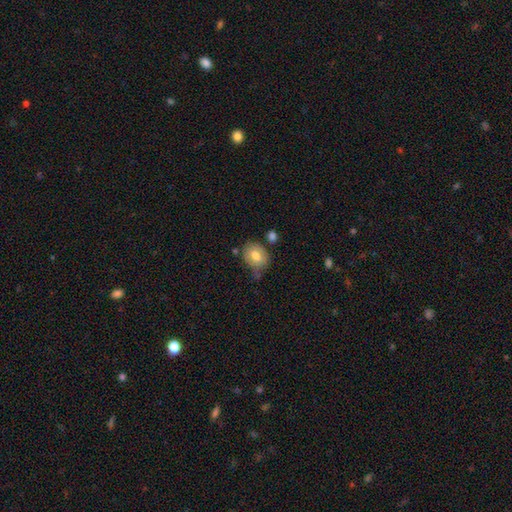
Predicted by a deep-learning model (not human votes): Smooth or featured?
  - smooth: 73% *
  - featured or disk: 19%
  - star or artifact: 8%
How rounded?
  - in between: 52% *
  - round: 47%
  - cigar-shaped: 1%
Merging?
  - none: 56% *
  - minor disturbance: 26%
  - merger: 10%
  - major disturbance: 8%